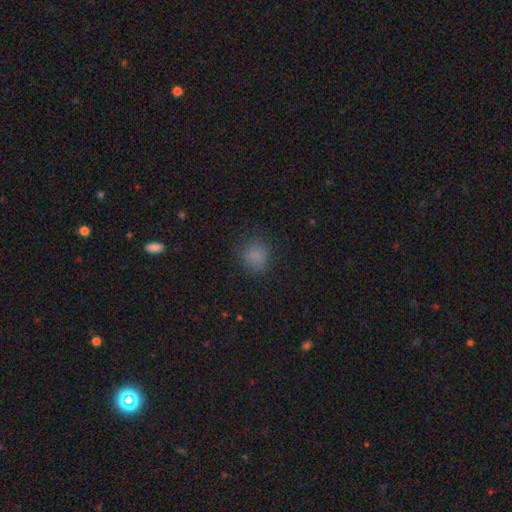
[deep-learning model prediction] Q: Smooth or featured?
A: smooth (80%); runner-up: star or artifact (15%)
Q: How rounded?
A: round (80%); runner-up: in between (19%)
Q: Merging?
A: none (81%); runner-up: minor disturbance (13%)